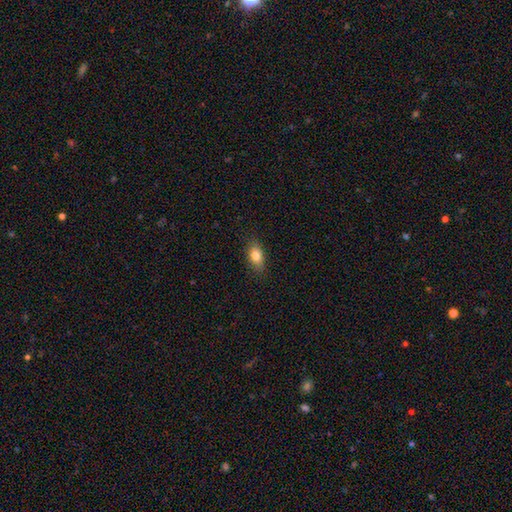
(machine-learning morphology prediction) This appears to be a smooth galaxy with no disk features (80%) that is in between round and cigar-shaped (83%). Merging: none (85%).